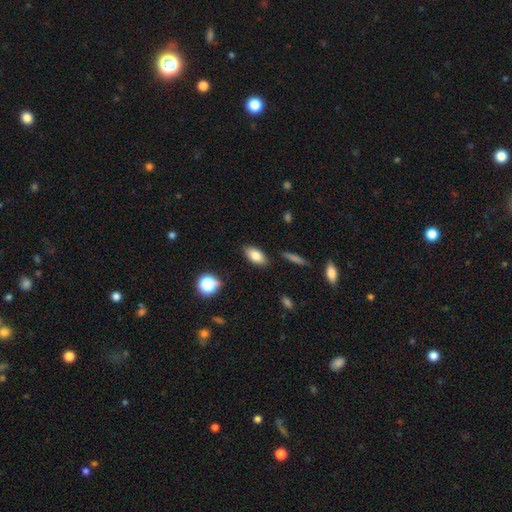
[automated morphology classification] Q: Smooth or featured?
A: smooth (81%); runner-up: featured or disk (10%)
Q: How rounded?
A: in between (89%); runner-up: cigar-shaped (6%)
Q: Merging?
A: none (85%); runner-up: minor disturbance (10%)